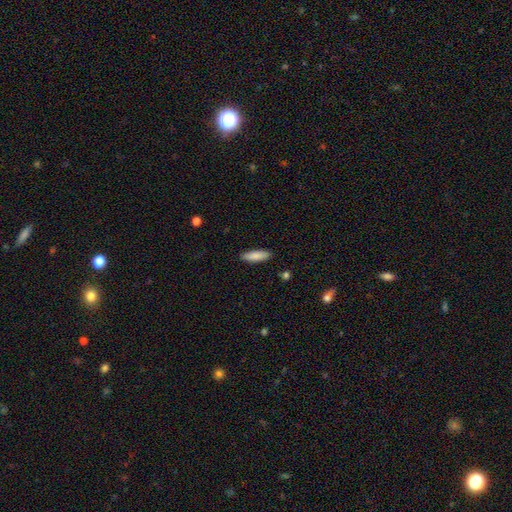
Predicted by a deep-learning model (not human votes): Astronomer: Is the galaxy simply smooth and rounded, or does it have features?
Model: smooth — 86%.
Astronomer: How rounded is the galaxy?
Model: cigar-shaped — 59% (runner-up: in between, 40%).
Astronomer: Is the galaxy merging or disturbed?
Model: none — 89%.